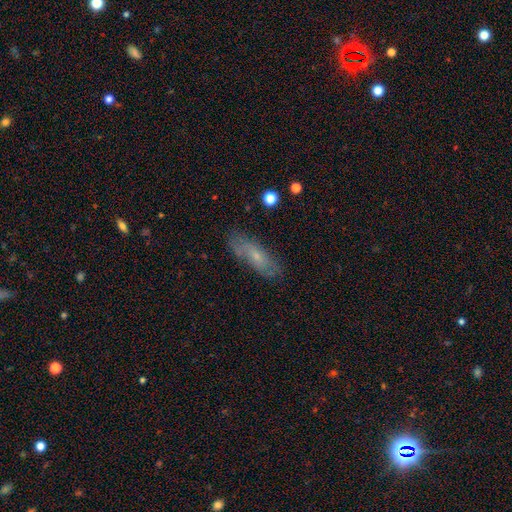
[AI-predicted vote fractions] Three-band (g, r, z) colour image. It shows a smooth galaxy with no disk features (49%). Merging: none (73%).